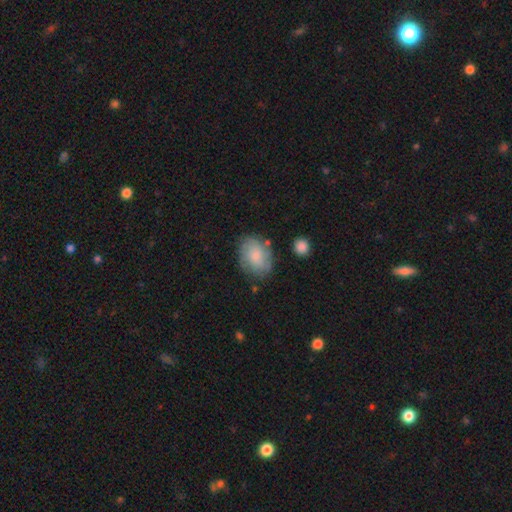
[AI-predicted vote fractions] Smooth or featured? smooth (59%)
How rounded? in between (70%)
Merging? none (70%)